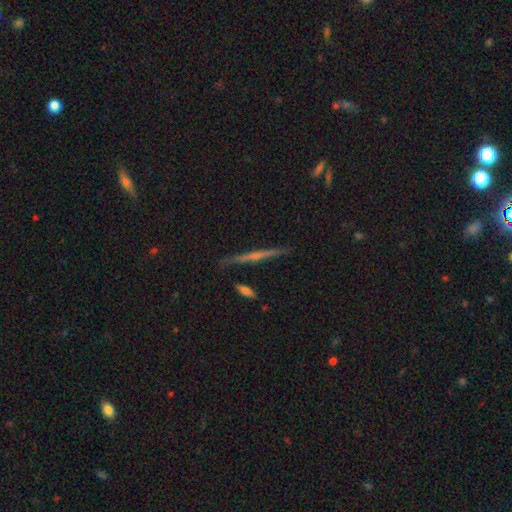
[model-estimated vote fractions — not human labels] featured or disk 64%, smooth 22%, star or artifact 13%. Down the decision tree: edge-on disk — yes (95%); edge-on bulge — rounded (58%); merging — none (87%).